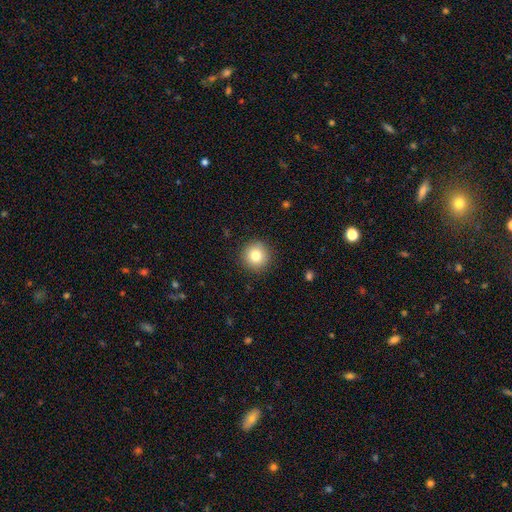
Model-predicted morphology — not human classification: smooth 81%, star or artifact 10%, featured or disk 9%. Down the decision tree: how rounded — round (95%); merging — none (91%).